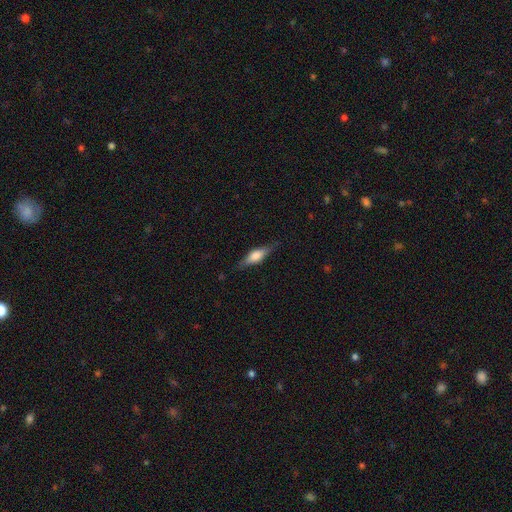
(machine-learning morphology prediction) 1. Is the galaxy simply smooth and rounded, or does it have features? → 47% smooth, 46% featured or disk, 7% star or artifact.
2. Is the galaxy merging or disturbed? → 82% none, 14% minor disturbance, 4% major disturbance, 1% merger.